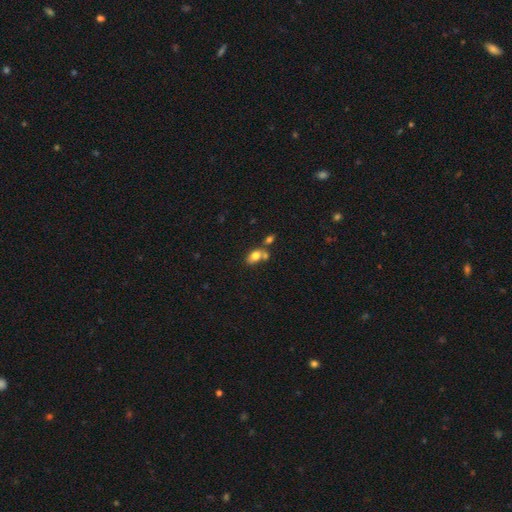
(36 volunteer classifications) Smooth or featured?
  - smooth: 81% *
  - featured or disk: 17%
  - star or artifact: 3%
How rounded?
  - in between: 79% *
  - round: 21%
  - cigar-shaped: 0%
Merging?
  - merger: 60% *
  - none: 23%
  - minor disturbance: 14%
  - major disturbance: 3%